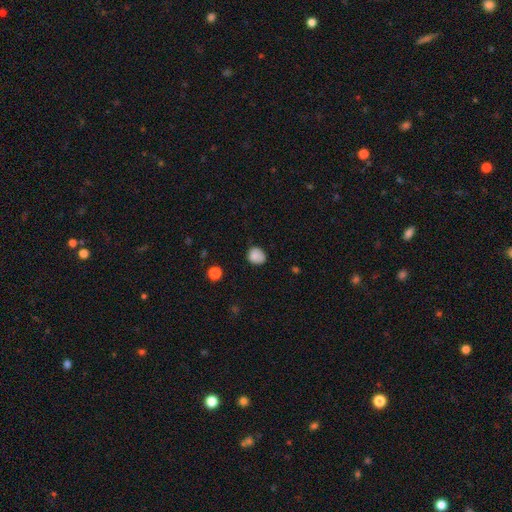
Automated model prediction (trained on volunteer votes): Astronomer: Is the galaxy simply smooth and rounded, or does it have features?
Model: smooth — 83%.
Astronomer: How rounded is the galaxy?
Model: round — 69%.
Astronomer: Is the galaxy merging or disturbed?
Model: none — 70%.